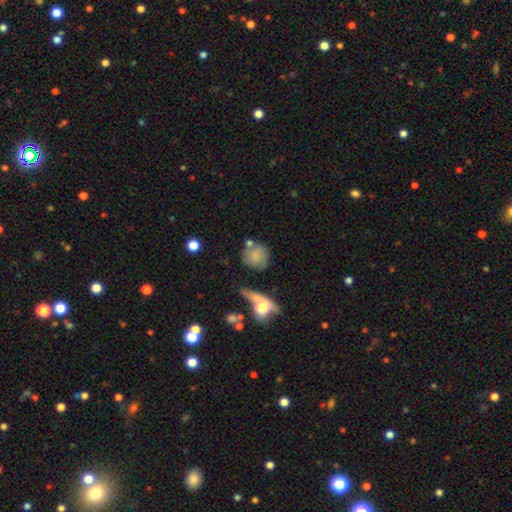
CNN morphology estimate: Smooth or featured? Predicted: smooth (p=0.67). How rounded? Predicted: round (p=0.82). Merging? Predicted: none (p=0.56).